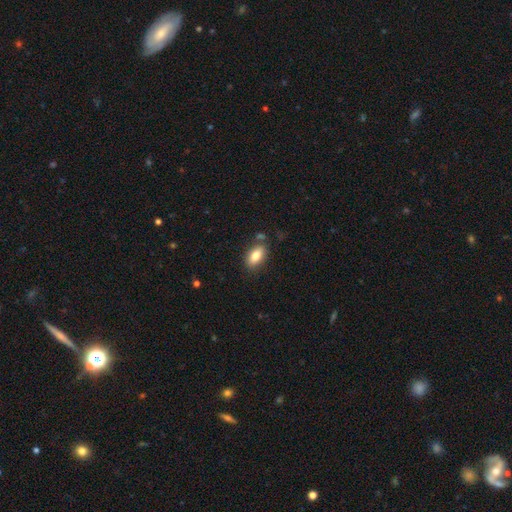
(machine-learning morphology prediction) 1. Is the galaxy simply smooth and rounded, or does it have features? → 82% smooth, 11% featured or disk, 8% star or artifact.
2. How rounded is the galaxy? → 90% in between, 5% cigar-shaped, 5% round.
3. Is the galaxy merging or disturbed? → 77% none, 13% minor disturbance, 6% merger, 3% major disturbance.